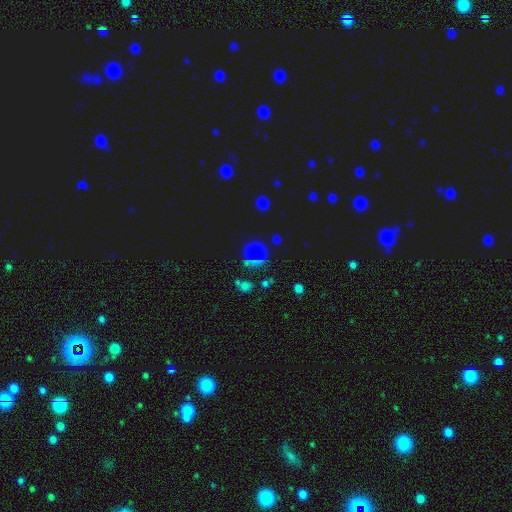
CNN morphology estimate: Smooth or featured: smooth — 61% (star or artifact — 32%)
How rounded: round — 87% (in between — 11%)
Merging: none — 71% (merger — 12%)